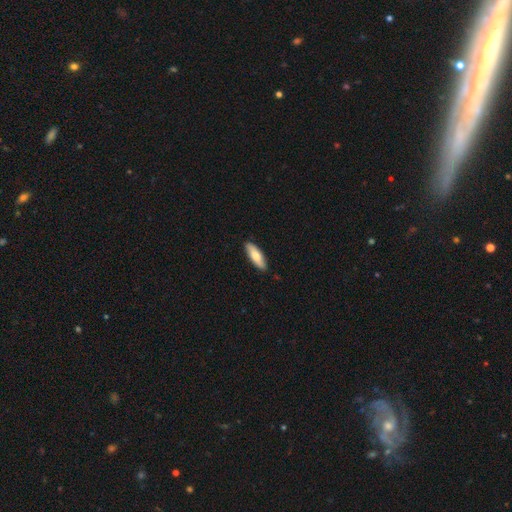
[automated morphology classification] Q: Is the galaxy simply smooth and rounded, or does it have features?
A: smooth — 71%.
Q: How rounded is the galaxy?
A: in between — 54%.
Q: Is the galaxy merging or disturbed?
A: none — 88%.